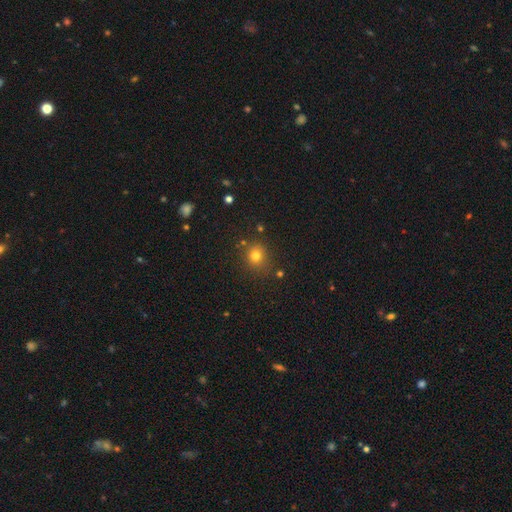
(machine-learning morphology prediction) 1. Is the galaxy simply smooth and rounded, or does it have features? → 77% smooth, 16% star or artifact, 7% featured or disk.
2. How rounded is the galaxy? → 82% round, 17% in between, 1% cigar-shaped.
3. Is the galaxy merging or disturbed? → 81% none, 11% minor disturbance, 4% merger, 4% major disturbance.